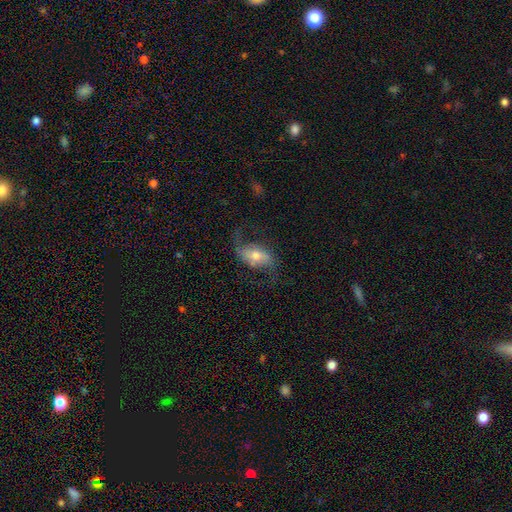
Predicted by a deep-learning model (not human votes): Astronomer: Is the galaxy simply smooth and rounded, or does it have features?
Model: featured or disk — 74%.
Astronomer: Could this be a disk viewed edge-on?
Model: no — 93%.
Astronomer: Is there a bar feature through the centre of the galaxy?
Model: weak — 37% (runner-up: no, 32%).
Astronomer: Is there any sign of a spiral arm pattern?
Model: yes — 91%.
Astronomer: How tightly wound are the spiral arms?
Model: loose — 75%.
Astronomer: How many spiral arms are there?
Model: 2 — 90%.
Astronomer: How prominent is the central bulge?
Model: moderate — 61%.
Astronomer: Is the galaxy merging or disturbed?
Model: none — 67%.